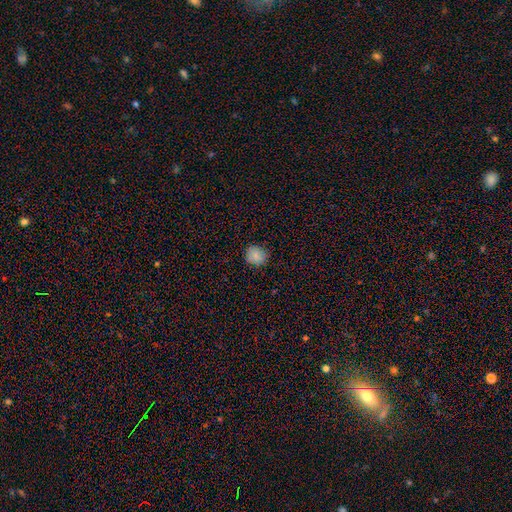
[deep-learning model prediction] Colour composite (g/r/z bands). It shows a smooth galaxy with no disk features (84%) that is round (82%). Merging: none (84%).